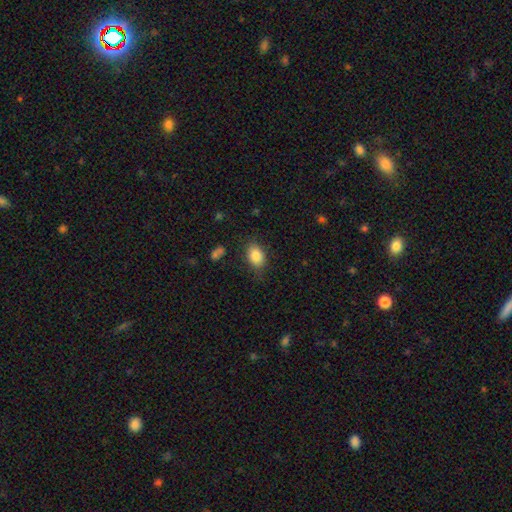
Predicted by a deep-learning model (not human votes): Q: Smooth or featured?
A: smooth (85%); runner-up: star or artifact (8%)
Q: How rounded?
A: in between (79%); runner-up: round (20%)
Q: Merging?
A: none (77%); runner-up: minor disturbance (16%)